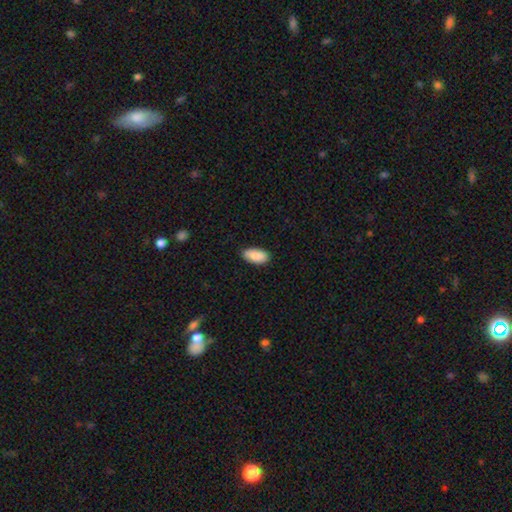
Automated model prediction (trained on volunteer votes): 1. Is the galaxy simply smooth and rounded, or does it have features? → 89% smooth, 6% star or artifact, 6% featured or disk.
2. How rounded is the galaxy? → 93% in between, 4% cigar-shaped, 2% round.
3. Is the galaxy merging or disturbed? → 87% none, 10% minor disturbance, 2% major disturbance, 1% merger.